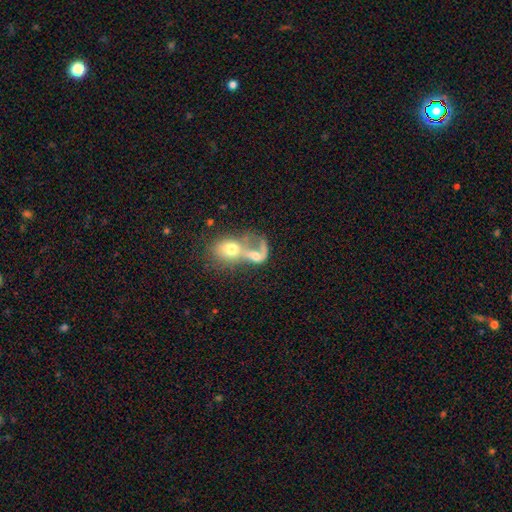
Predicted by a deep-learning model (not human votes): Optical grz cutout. It shows a smooth galaxy with no disk features (49%). Merging: merger (75%).